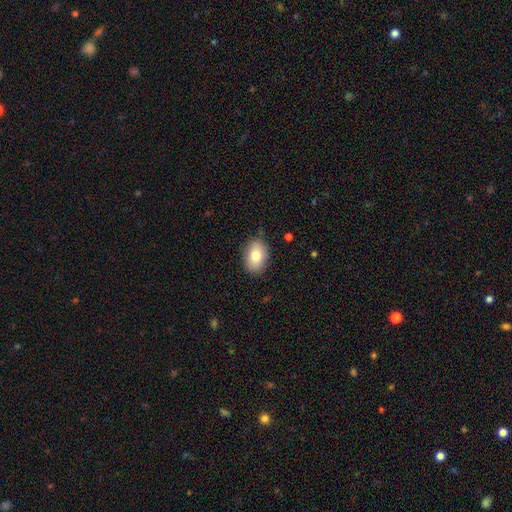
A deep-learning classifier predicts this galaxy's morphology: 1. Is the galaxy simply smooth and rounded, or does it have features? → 81% smooth, 12% featured or disk, 7% star or artifact.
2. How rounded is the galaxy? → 83% in between, 16% round, 1% cigar-shaped.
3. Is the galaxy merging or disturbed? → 84% none, 12% minor disturbance, 3% major disturbance, 1% merger.